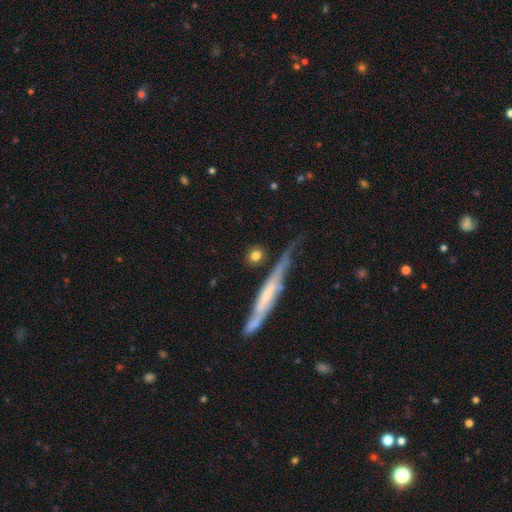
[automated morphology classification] The model was most divided on "how rounded": round: 72%, cigar-shaped: 16%, in between: 12%. More confident: merging — none (76%); smooth or featured — smooth (74%).